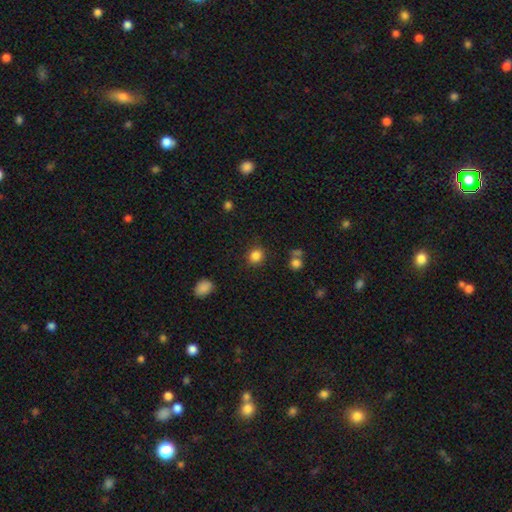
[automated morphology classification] This is clearly a smooth galaxy (85%). How rounded: likely round (80%). Merging: clearly none (85%).